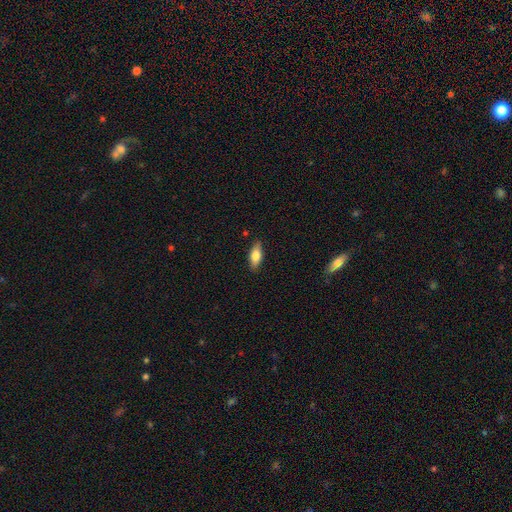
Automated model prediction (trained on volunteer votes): Morphology: type=smooth (73%); roundness=in between (78%); merging=none (86%).